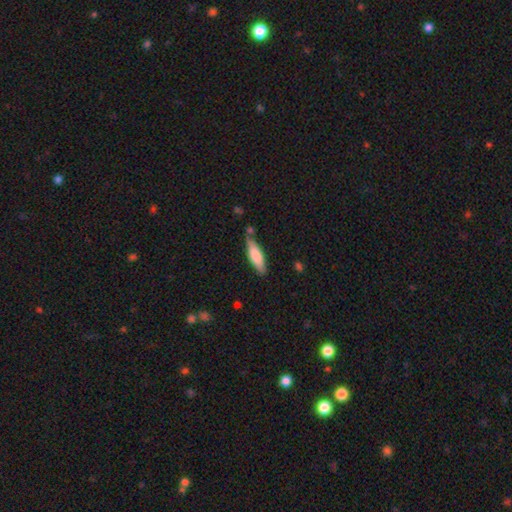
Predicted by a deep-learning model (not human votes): Smooth or featured: smooth — 74% (featured or disk — 20%)
How rounded: cigar-shaped — 54% (in between — 44%)
Merging: none — 75% (minor disturbance — 17%)